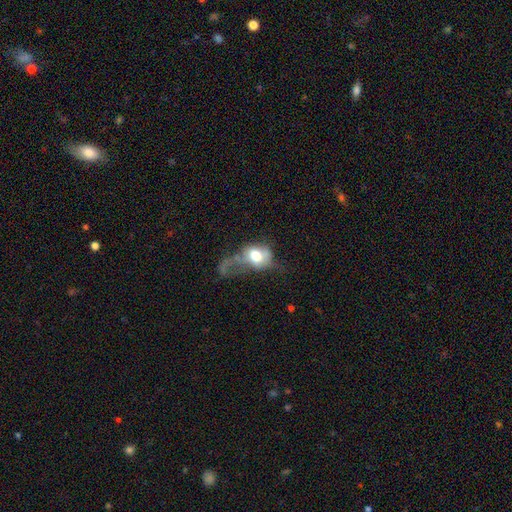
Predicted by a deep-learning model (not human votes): Morphology: type=smooth (62%); roundness=in between (58%); merging=major disturbance (60%).